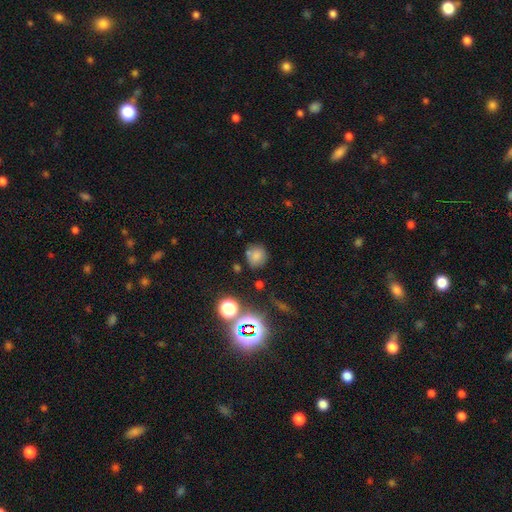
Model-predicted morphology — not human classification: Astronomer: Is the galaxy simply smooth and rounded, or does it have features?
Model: smooth — 73%.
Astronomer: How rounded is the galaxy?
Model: round — 84%.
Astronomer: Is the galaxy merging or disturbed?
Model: none — 73%.